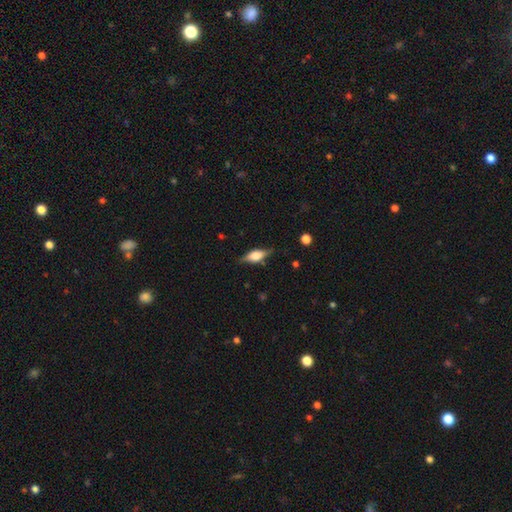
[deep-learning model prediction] Smooth or featured? featured or disk (50%)
Merging? none (80%)